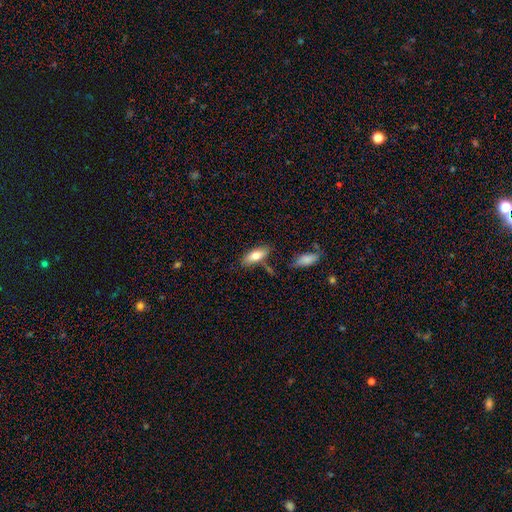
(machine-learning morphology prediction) Smooth or featured?
  - smooth: 75% *
  - featured or disk: 18%
  - star or artifact: 6%
How rounded?
  - in between: 79% *
  - cigar-shaped: 19%
  - round: 2%
Merging?
  - none: 72% *
  - minor disturbance: 16%
  - merger: 8%
  - major disturbance: 4%